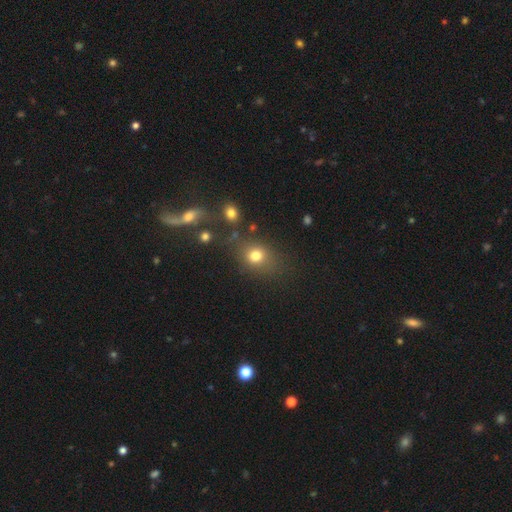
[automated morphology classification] Smooth or featured? Predicted: smooth (p=0.75). How rounded? Predicted: round (p=0.61). Merging? Predicted: none (p=0.70).